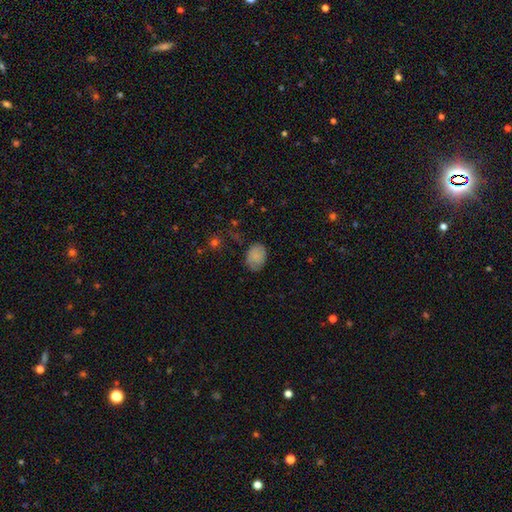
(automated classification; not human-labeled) smooth_or_featured: smooth (p=0.78) [alt: featured or disk p=0.13]
how_rounded: in between (p=0.72) [alt: round p=0.27]
merging: none (p=0.73) [alt: minor disturbance p=0.21]